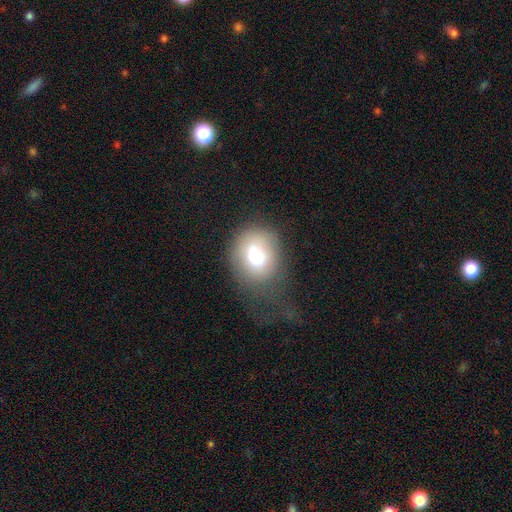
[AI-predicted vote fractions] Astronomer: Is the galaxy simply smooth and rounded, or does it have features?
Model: smooth — 74%.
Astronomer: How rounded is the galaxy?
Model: round — 60% (runner-up: in between, 39%).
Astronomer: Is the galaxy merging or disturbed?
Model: none — 38% (runner-up: major disturbance, 33%).